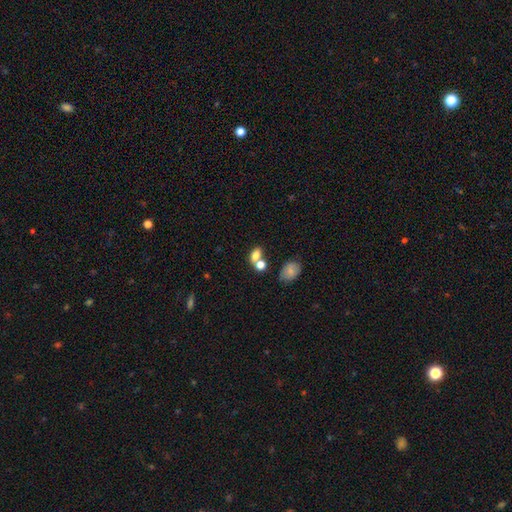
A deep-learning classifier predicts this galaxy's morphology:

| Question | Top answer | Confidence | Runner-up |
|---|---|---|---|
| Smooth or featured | smooth | 76% | featured or disk (12%) |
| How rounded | in between | 70% | round (27%) |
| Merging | merger | 44% | none (41%) |